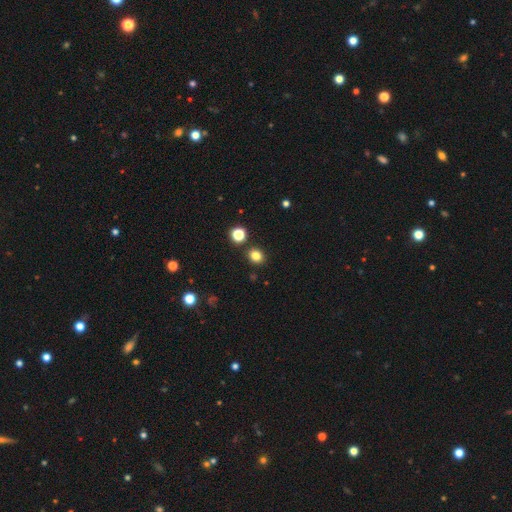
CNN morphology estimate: smooth-or-featured: smooth: 81% | star or artifact: 14% | featured or disk: 5%
  how-rounded: round: 71% | in between: 28% | cigar-shaped: 1%
  merging: none: 87% | minor disturbance: 7% | merger: 4% | major disturbance: 2%